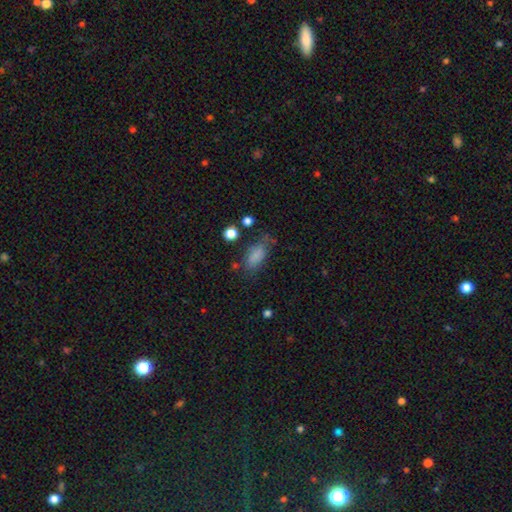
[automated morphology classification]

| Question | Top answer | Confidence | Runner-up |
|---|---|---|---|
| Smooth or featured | smooth | 81% | star or artifact (10%) |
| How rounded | in between | 85% | cigar-shaped (9%) |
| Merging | none | 59% | minor disturbance (25%) |